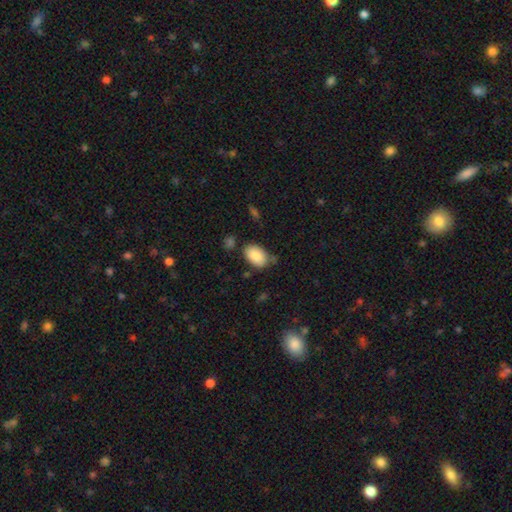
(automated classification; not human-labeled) Overall: smooth (86%). How rounded: in between (90%). Merging: none (72%).